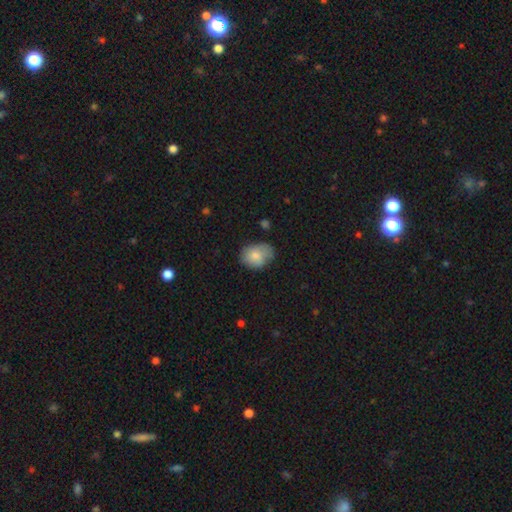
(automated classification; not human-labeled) Q: Smooth or featured?
A: smooth (78%); runner-up: featured or disk (14%)
Q: How rounded?
A: in between (64%); runner-up: round (35%)
Q: Merging?
A: none (58%); runner-up: minor disturbance (31%)